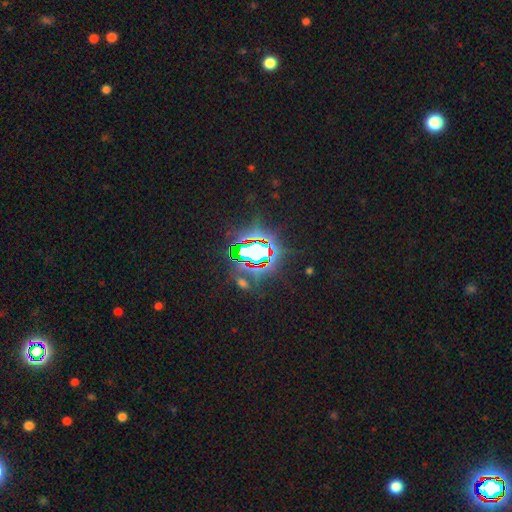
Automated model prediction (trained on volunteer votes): Overall: star or artifact (76%).